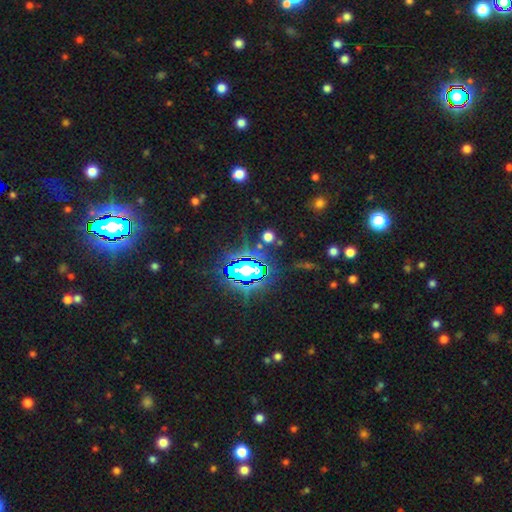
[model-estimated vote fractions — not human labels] This appears to be a star or artifact, not a galaxy (83%).